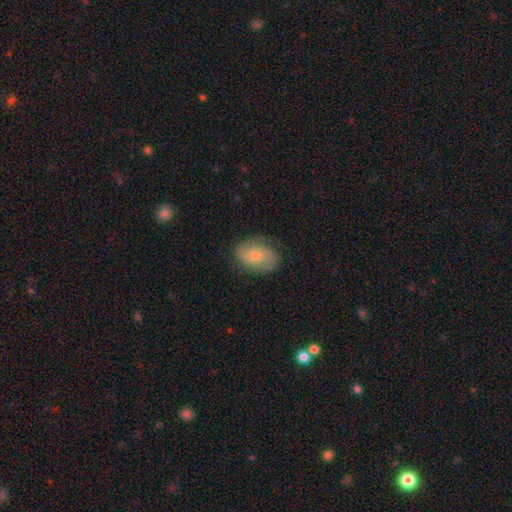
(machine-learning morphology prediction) This appears to be a smooth galaxy with no disk features (49%). Merging: none (77%).